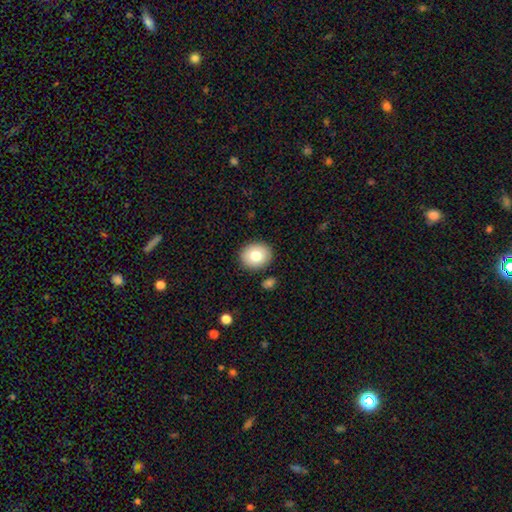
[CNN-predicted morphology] Overall: smooth (78%). How rounded: round (65%; in between 34%). Merging: none (88%).